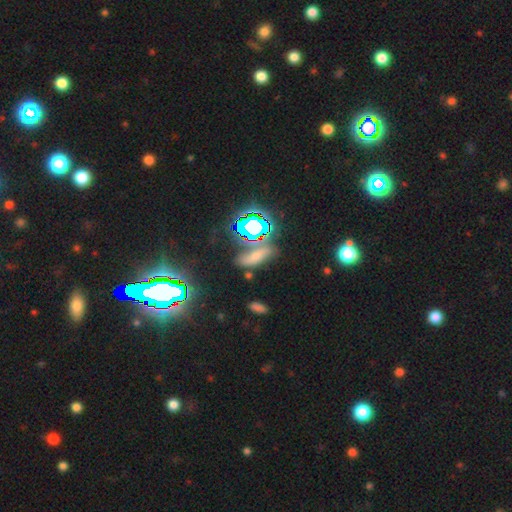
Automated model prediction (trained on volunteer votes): Smooth or featured? smooth (43%)
Merging? none (69%)